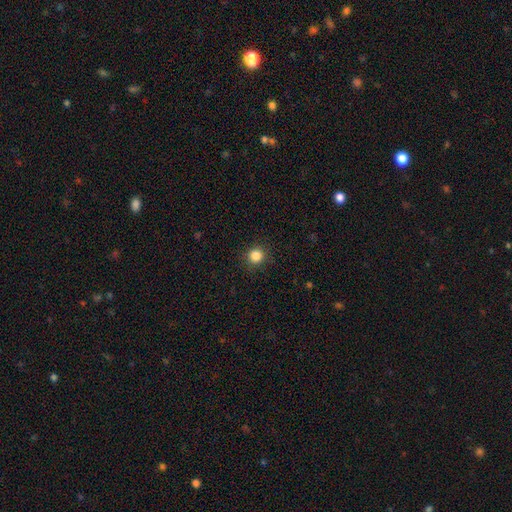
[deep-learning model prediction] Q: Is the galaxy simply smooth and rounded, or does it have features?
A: smooth — 85%.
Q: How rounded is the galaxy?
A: round — 91%.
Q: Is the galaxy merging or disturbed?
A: none — 89%.